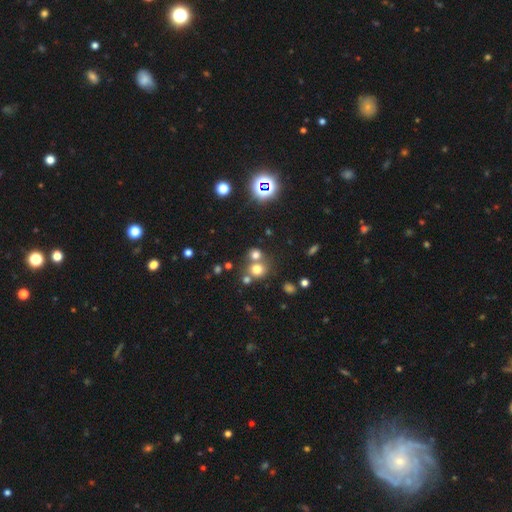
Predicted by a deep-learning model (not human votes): Smooth or featured? smooth (66%)
How rounded? round (79%)
Merging? none (52%)